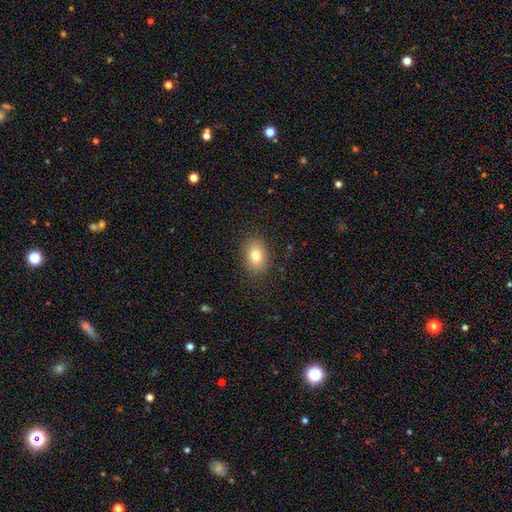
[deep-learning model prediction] Morphology: type=smooth (79%); roundness=in between (74%); merging=none (87%).